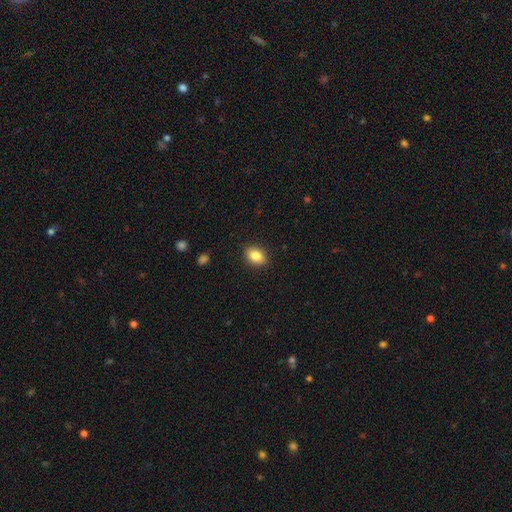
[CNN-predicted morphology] smooth 86%, star or artifact 8%, featured or disk 6%. Down the decision tree: how rounded — in between (75%); merging — none (89%).